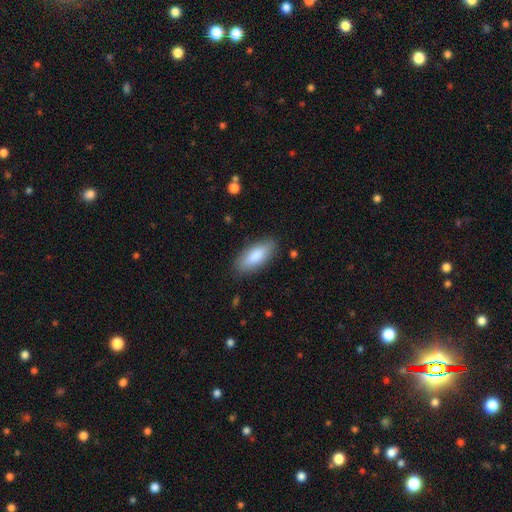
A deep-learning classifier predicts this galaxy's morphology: Smooth or featured: smooth — 84% (featured or disk — 10%)
How rounded: in between — 78% (cigar-shaped — 20%)
Merging: none — 86% (minor disturbance — 11%)